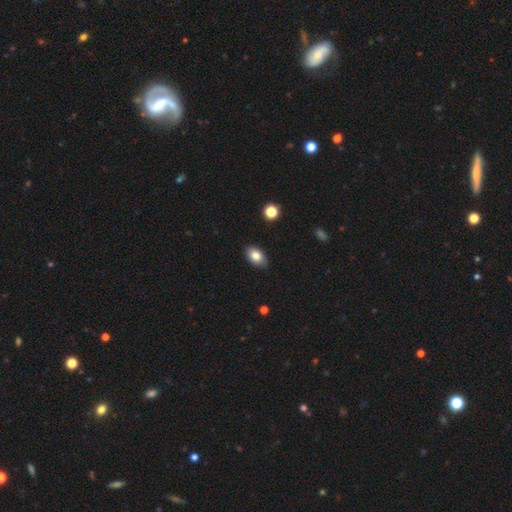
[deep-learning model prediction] Smooth or featured: smooth — 82% (featured or disk — 9%)
How rounded: in between — 88% (round — 11%)
Merging: none — 84% (minor disturbance — 12%)